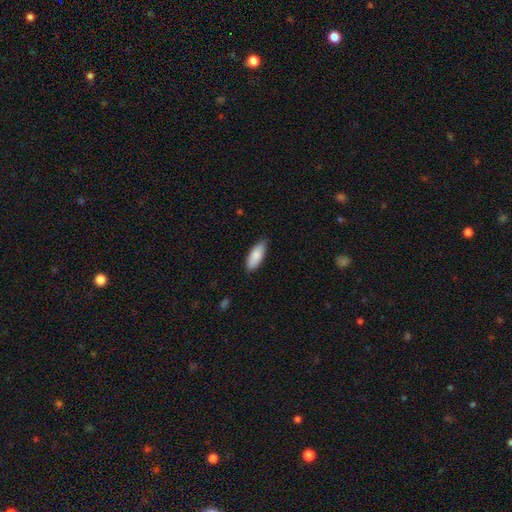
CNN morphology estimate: Overall: smooth (87%). How rounded: in between (80%). Merging: none (82%).